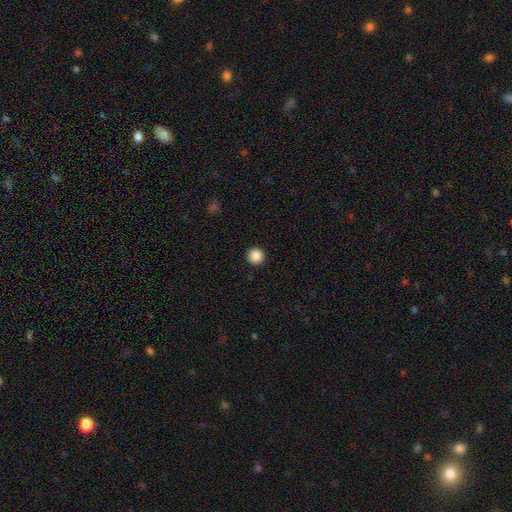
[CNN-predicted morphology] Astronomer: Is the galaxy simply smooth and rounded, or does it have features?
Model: smooth — 88%.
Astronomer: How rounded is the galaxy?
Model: round — 96%.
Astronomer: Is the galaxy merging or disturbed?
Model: none — 94%.